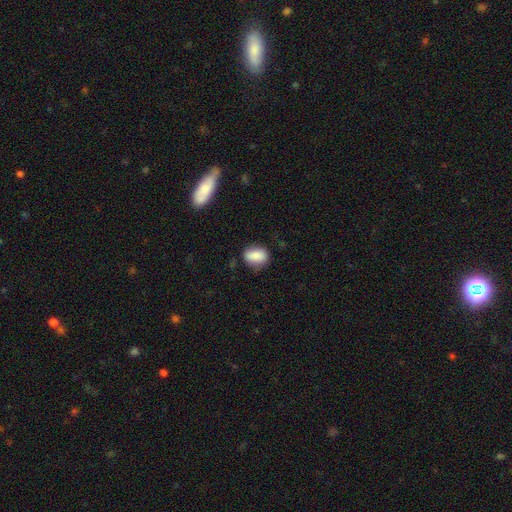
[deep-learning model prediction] smooth 82%, featured or disk 10%, star or artifact 8%. Down the decision tree: how rounded — in between (70%); merging — none (74%).